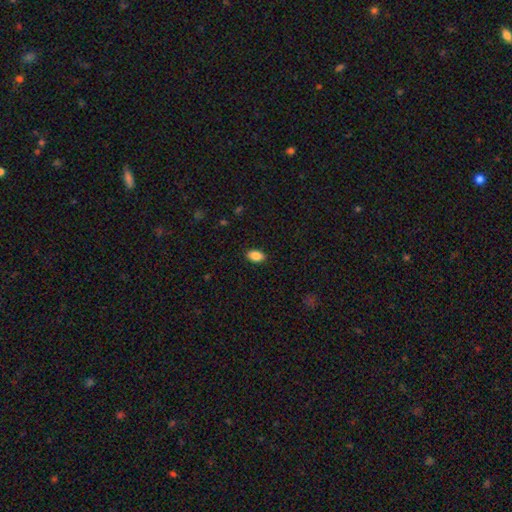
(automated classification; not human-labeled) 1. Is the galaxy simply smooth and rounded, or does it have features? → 87% smooth, 8% star or artifact, 5% featured or disk.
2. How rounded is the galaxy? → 89% in between, 9% round, 2% cigar-shaped.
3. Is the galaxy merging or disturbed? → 88% none, 9% minor disturbance, 2% major disturbance, 1% merger.